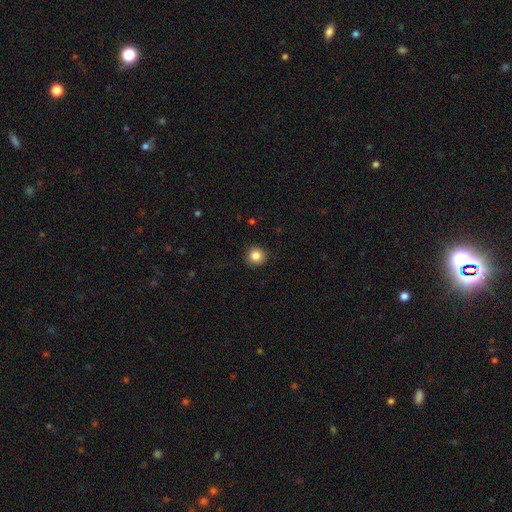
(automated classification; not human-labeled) A smooth galaxy with no disk features (85%) that is round (94%).

Vote fractions:
- Smooth or featured? smooth: 85% / star or artifact: 10% / featured or disk: 5%
- How rounded? round: 94% / in between: 5% / cigar-shaped: 1%
- Merging? none: 92% / minor disturbance: 5% / major disturbance: 2% / merger: 1%